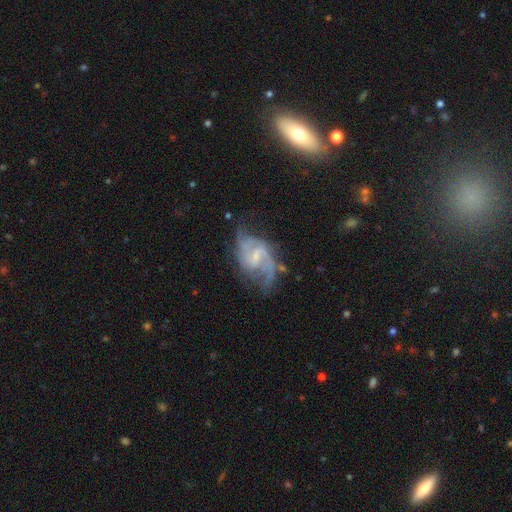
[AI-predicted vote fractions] This is clearly a featured or disk galaxy (85%). It is clearly not viewed edge-on (97%). Bar: possibly weak (57%). Spiral arm pattern: clearly yes (95%). Spiral arm count: likely 2 (69%). Spiral winding: possibly medium (48%). Central bulge: possibly small (58%). Merging: possibly none (57%).